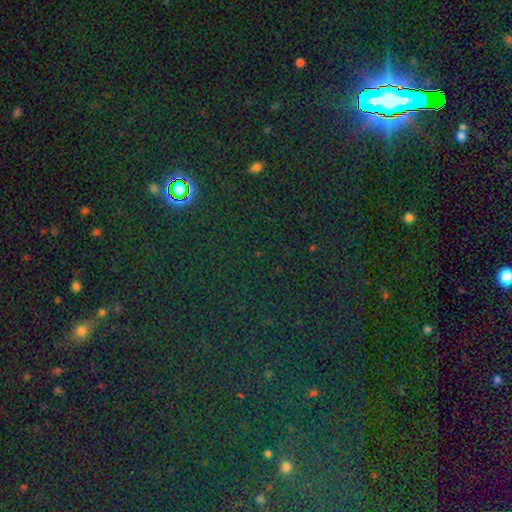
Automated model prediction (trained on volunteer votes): This is likely a star or artifact rather than a galaxy (77%).